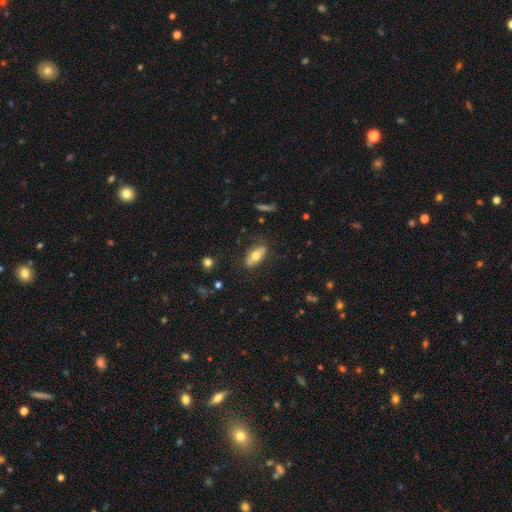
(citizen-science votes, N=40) Smooth or featured? smooth (48%)
How rounded? in between (89%)
Merging? none (78%)